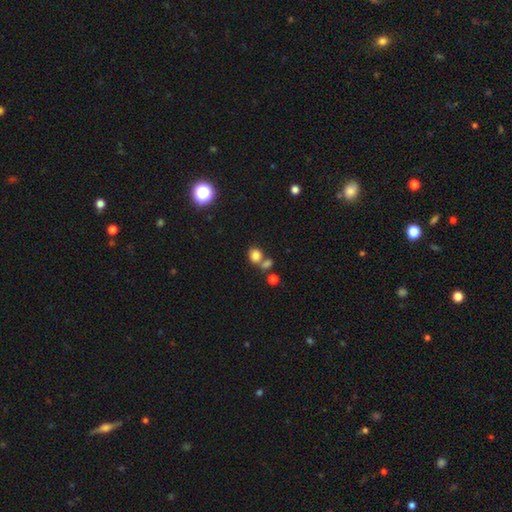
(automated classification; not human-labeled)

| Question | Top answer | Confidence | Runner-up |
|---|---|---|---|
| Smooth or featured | smooth | 80% | star or artifact (13%) |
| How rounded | round | 63% | in between (36%) |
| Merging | none | 50% | merger (34%) |